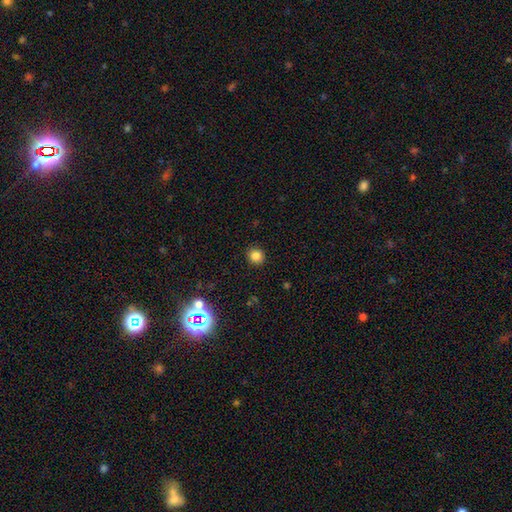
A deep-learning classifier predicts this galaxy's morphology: The model was most divided on "smooth or featured": smooth: 82%, star or artifact: 13%, featured or disk: 5%. More confident: merging — none (91%); how rounded — round (87%).